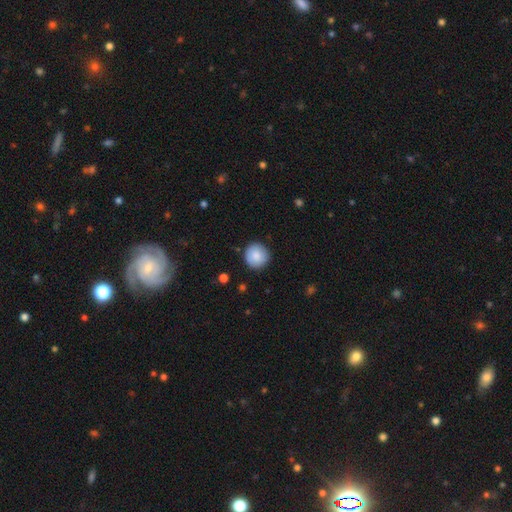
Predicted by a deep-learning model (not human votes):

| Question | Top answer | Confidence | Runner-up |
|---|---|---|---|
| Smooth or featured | smooth | 85% | featured or disk (8%) |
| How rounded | round | 94% | in between (5%) |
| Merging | none | 88% | minor disturbance (9%) |